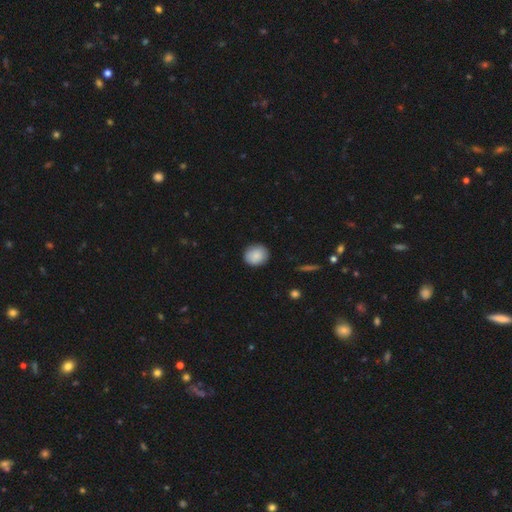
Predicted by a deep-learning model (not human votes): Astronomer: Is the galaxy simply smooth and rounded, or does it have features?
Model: smooth — 87%.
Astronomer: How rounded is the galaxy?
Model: round — 79%.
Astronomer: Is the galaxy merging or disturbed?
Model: none — 87%.